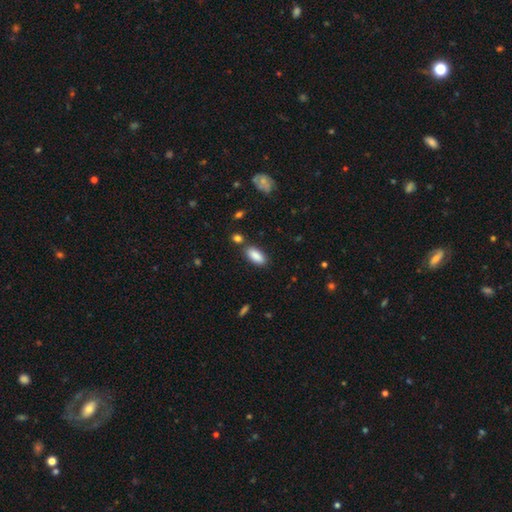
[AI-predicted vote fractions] Smooth or featured?
  - smooth: 89% *
  - star or artifact: 7%
  - featured or disk: 5%
How rounded?
  - in between: 87% *
  - cigar-shaped: 11%
  - round: 2%
Merging?
  - none: 82% *
  - minor disturbance: 10%
  - merger: 5%
  - major disturbance: 3%